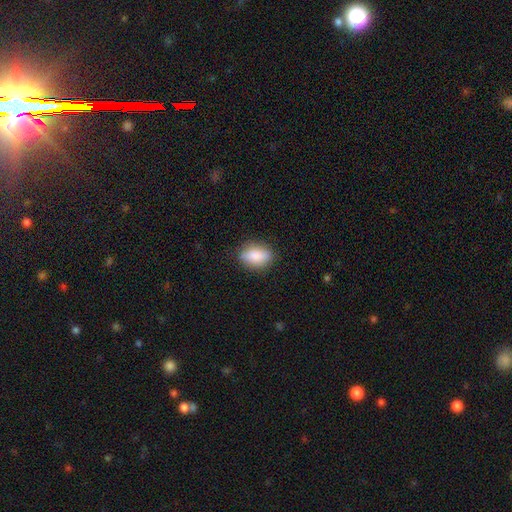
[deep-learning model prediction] A smooth galaxy with no disk features (85%) that is in between round and cigar-shaped (83%). Merging: none (82%).